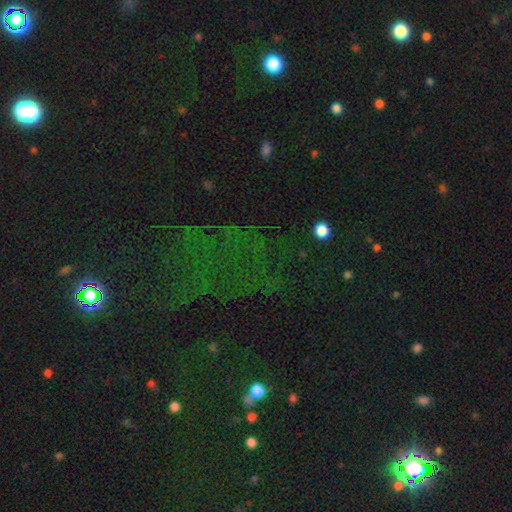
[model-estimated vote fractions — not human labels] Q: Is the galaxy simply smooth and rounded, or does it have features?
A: star or artifact — 67%.